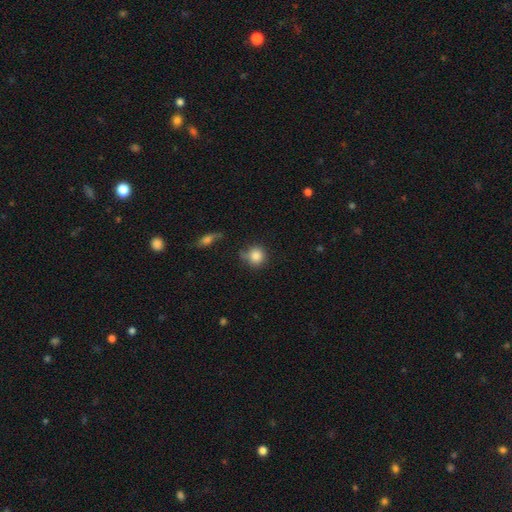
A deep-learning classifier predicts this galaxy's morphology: Smooth or featured?
  - smooth: 85% *
  - star or artifact: 9%
  - featured or disk: 6%
How rounded?
  - round: 89% *
  - in between: 10%
  - cigar-shaped: 1%
Merging?
  - none: 66% *
  - minor disturbance: 19%
  - merger: 9%
  - major disturbance: 6%